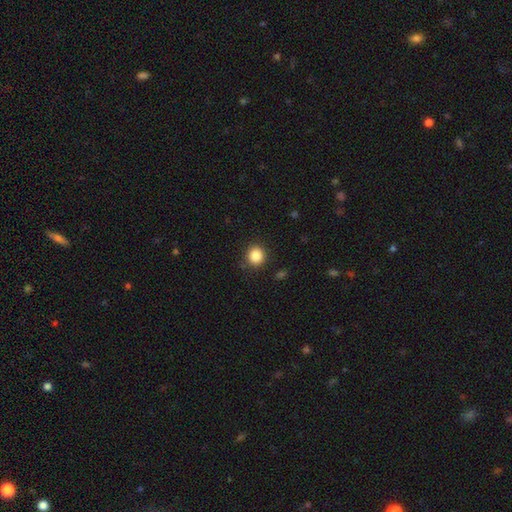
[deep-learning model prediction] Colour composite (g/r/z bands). It shows a smooth galaxy with no disk features (86%) that is round (88%). Merging: none (89%).